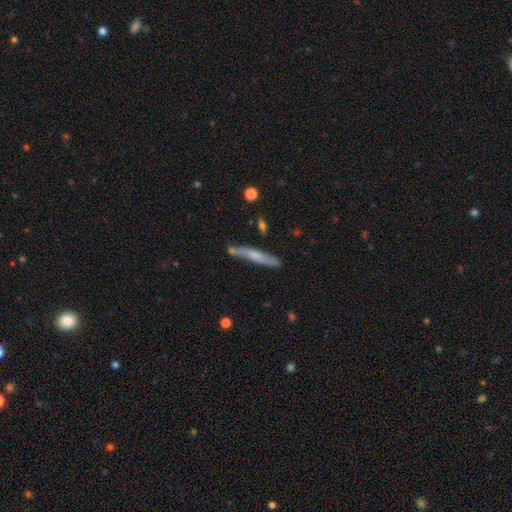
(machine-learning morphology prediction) Smooth or featured: smooth — 53% (featured or disk — 41%)
How rounded: cigar-shaped — 92% (in between — 6%)
Merging: none — 70% (minor disturbance — 18%)